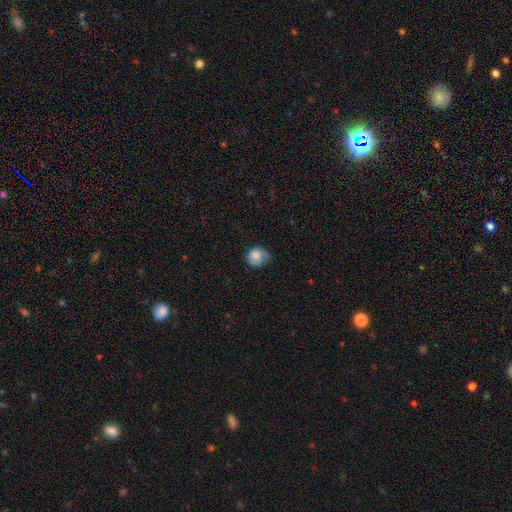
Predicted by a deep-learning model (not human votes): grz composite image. It shows a smooth galaxy with no disk features (79%) that is round (79%). Merging: none (48%).